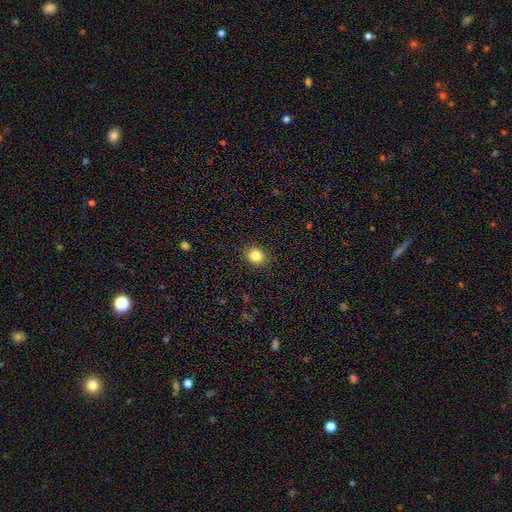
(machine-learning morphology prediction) type=smooth (84%); roundness=round (65%); merging=none (89%).